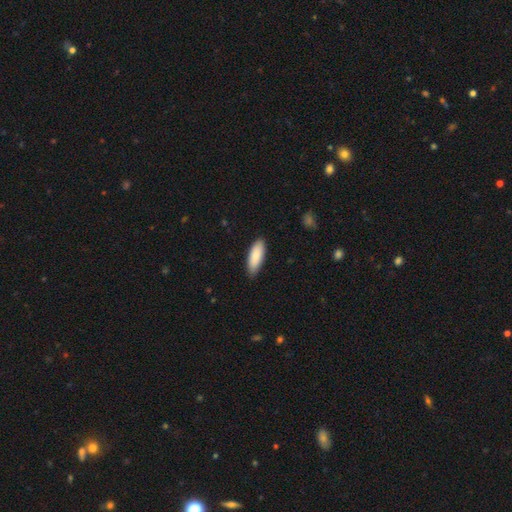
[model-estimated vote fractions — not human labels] Smooth or featured: smooth — 87% (featured or disk — 8%)
How rounded: in between — 70% (cigar-shaped — 29%)
Merging: none — 86% (minor disturbance — 12%)